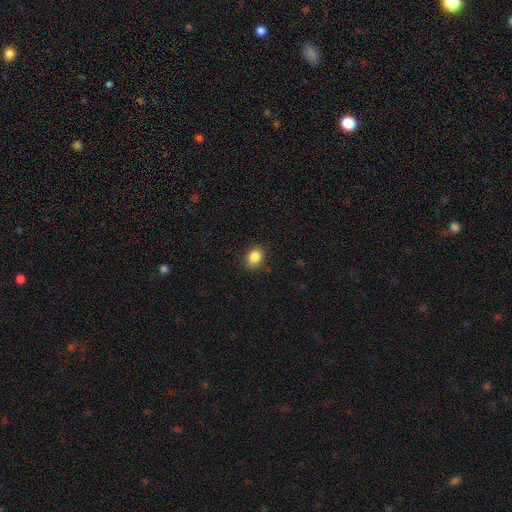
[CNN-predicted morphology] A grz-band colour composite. It shows a smooth galaxy with no disk features (87%) that is in between round and cigar-shaped (62%). Merging: none (87%).